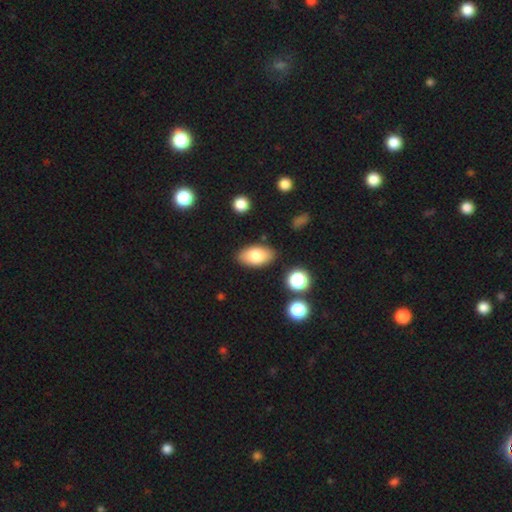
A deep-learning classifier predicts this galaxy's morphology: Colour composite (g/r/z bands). It shows a smooth galaxy with no disk features (78%) that is in between round and cigar-shaped (93%). Merging: none (85%).